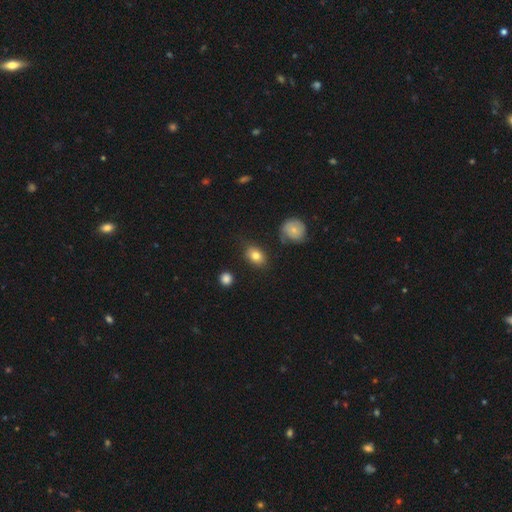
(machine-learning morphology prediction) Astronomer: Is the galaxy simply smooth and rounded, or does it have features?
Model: smooth — 81%.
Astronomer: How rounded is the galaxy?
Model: in between — 77%.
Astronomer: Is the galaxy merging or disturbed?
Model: none — 79%.